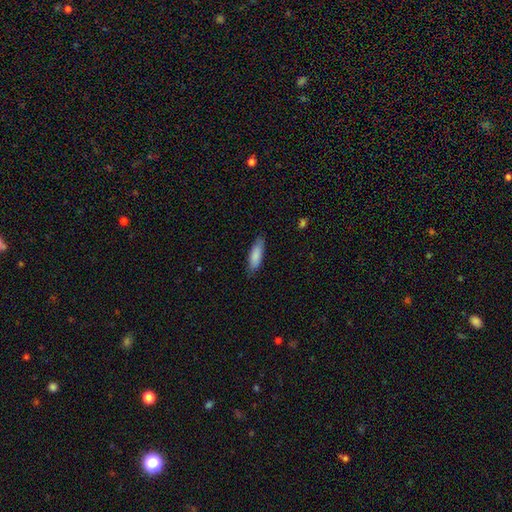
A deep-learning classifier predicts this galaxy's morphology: This is clearly a smooth galaxy (86%). How rounded: possibly in between (50%). Merging: clearly none (82%).